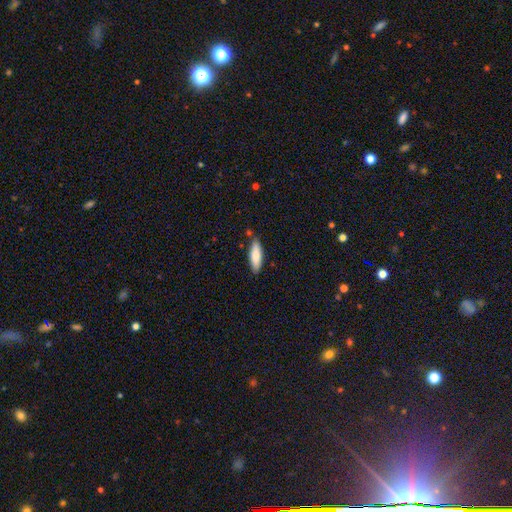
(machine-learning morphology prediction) smooth_or_featured: smooth (p=0.83) [alt: featured or disk p=0.11]
how_rounded: in between (p=0.51) [alt: cigar-shaped p=0.47]
merging: none (p=0.81) [alt: minor disturbance p=0.13]